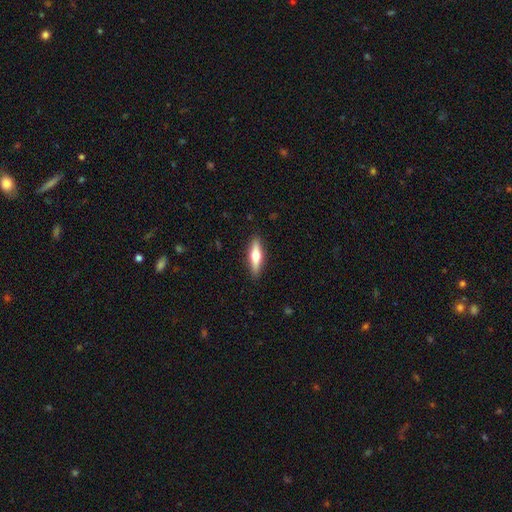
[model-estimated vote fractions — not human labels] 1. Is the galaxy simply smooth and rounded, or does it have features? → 48% smooth, 46% featured or disk, 6% star or artifact.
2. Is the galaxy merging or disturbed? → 90% none, 8% minor disturbance, 2% major disturbance, 1% merger.